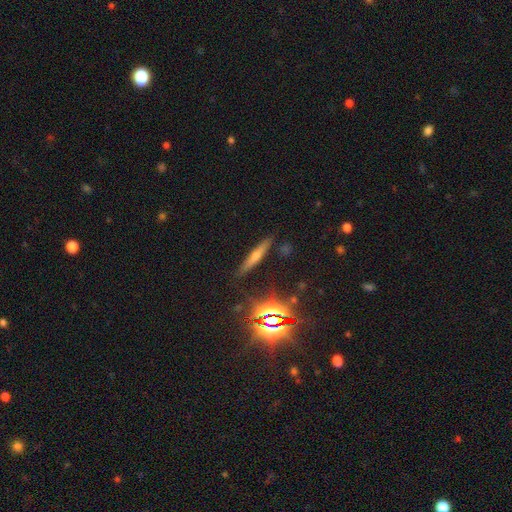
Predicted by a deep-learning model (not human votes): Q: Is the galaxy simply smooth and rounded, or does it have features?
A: featured or disk — 47%.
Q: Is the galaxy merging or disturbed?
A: none — 87%.